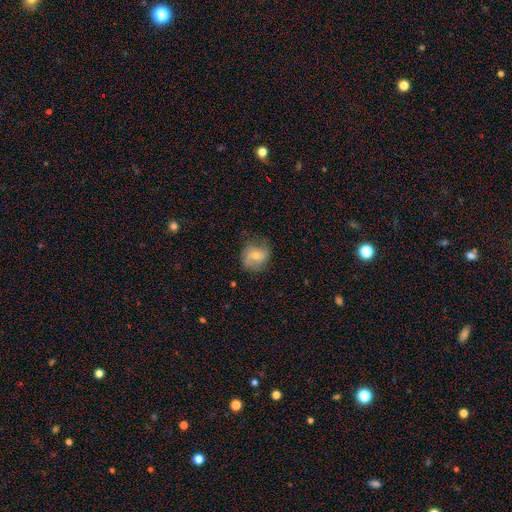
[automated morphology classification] smooth_or_featured: smooth (p=0.47) [alt: featured or disk p=0.44]
merging: none (p=0.64) [alt: minor disturbance p=0.24]